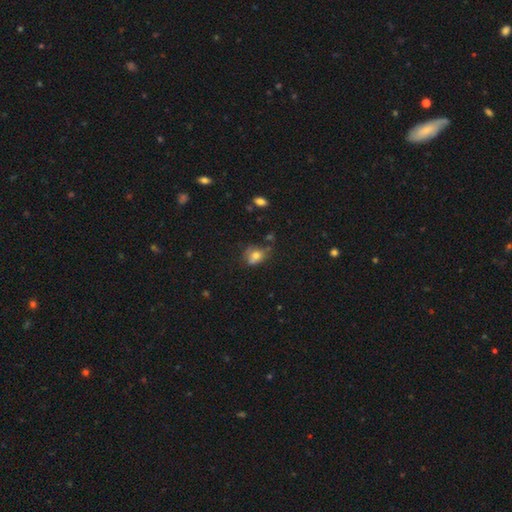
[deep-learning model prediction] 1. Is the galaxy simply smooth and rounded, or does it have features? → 71% smooth, 17% featured or disk, 13% star or artifact.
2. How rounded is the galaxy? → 55% in between, 44% round, 2% cigar-shaped.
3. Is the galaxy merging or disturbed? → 46% none, 30% minor disturbance, 14% major disturbance, 10% merger.